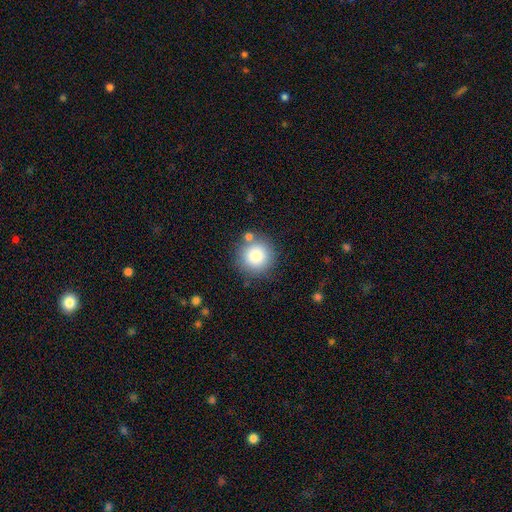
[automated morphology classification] Smooth or featured? smooth (84%)
How rounded? round (95%)
Merging? none (80%)